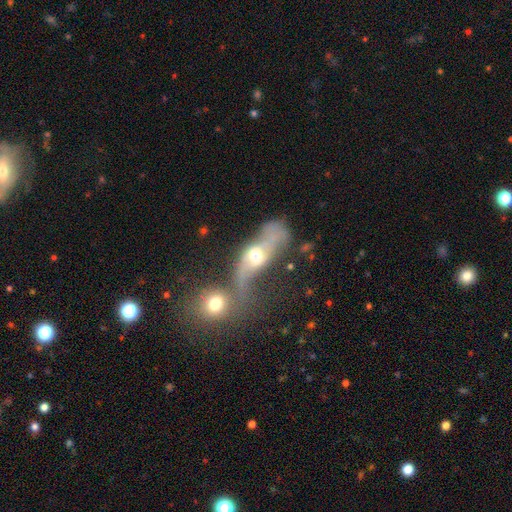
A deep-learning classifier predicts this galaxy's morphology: Smooth or featured?
  - featured or disk: 65% *
  - smooth: 26%
  - star or artifact: 10%
Edge-on disk?
  - no: 89% *
  - yes: 11%
Bar?
  - no: 51% *
  - weak: 34%
  - strong: 15%
Spiral arms?
  - yes: 70% *
  - no: 30%
Bulge size?
  - moderate: 63% *
  - small: 23%
  - large: 10%
  - none: 2%
  - dominant: 2%
Merging?
  - merger: 52% *
  - major disturbance: 23%
  - none: 16%
  - minor disturbance: 10%